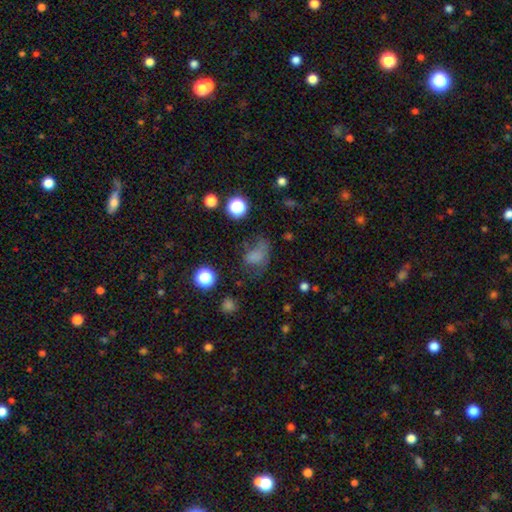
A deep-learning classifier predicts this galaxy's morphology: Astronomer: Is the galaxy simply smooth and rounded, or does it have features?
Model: smooth — 64%.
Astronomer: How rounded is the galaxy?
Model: in between — 68%.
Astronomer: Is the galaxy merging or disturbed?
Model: major disturbance — 34% (runner-up: none, 33%).